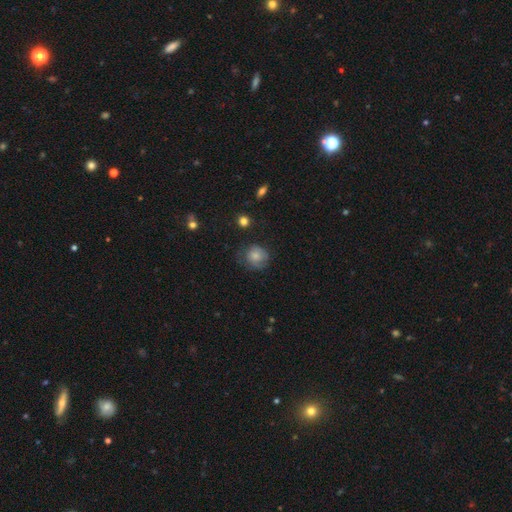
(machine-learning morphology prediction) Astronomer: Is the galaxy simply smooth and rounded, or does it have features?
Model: smooth — 67%.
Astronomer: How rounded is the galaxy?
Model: round — 78%.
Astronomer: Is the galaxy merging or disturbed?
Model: none — 61%.